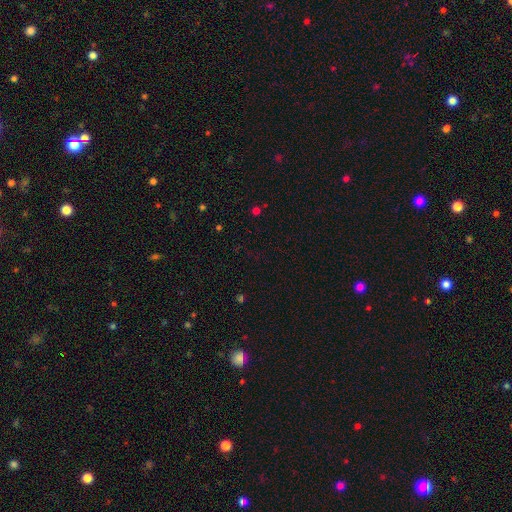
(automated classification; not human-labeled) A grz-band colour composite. It shows a star or artifact, not a galaxy (66%).